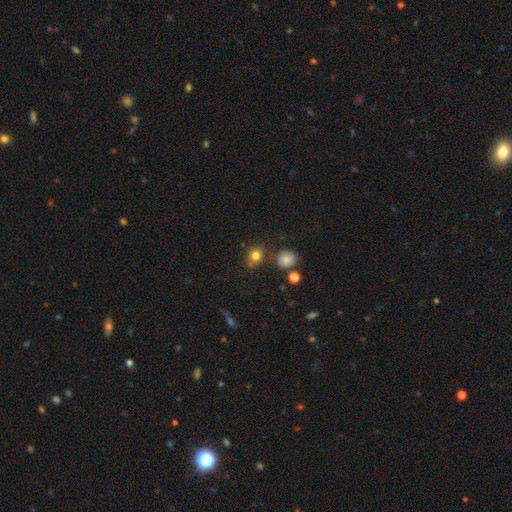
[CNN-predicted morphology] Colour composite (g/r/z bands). It shows a smooth galaxy with no disk features (80%) that is round (64%). Merging: none (73%).